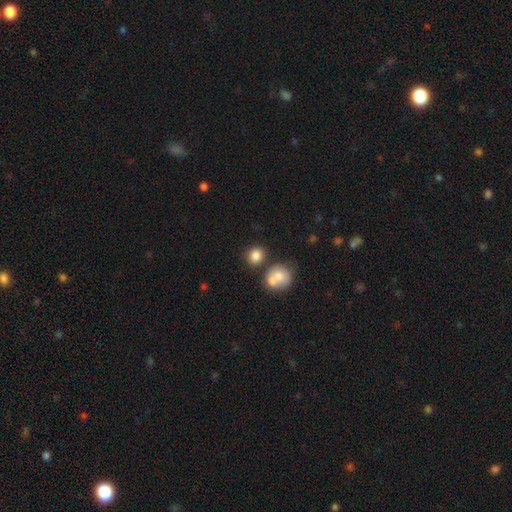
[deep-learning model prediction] Morphology: type=smooth (81%); roundness=round (77%); merging=none (65%).